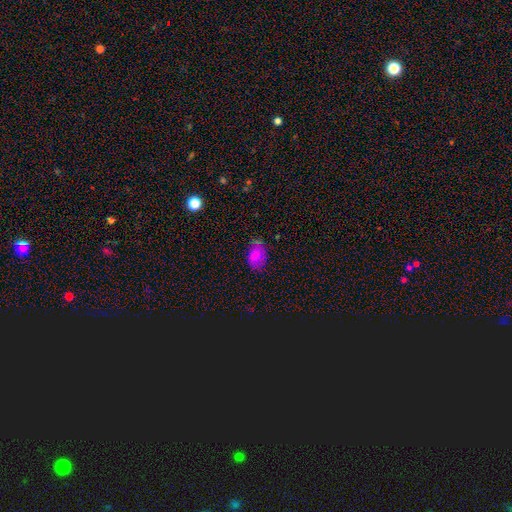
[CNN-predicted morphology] This is likely a smooth galaxy (76%). How rounded: clearly in between (86%). Merging: possibly none (57%).